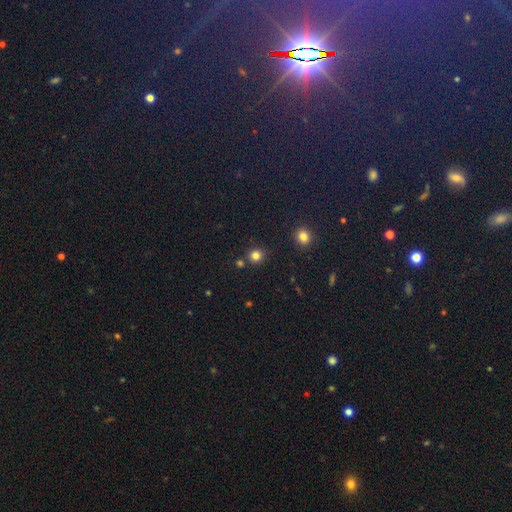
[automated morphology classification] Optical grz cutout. It shows a smooth galaxy with no disk features (81%) that is round (89%). Merging: none (82%).